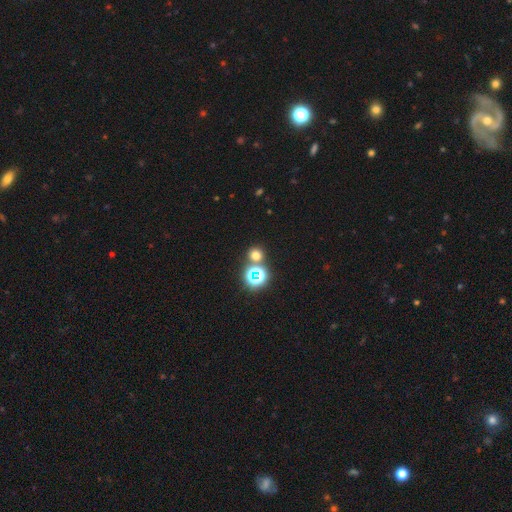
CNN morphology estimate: A smooth galaxy with no disk features (61%) that is round (89%). Merging: none (77%).